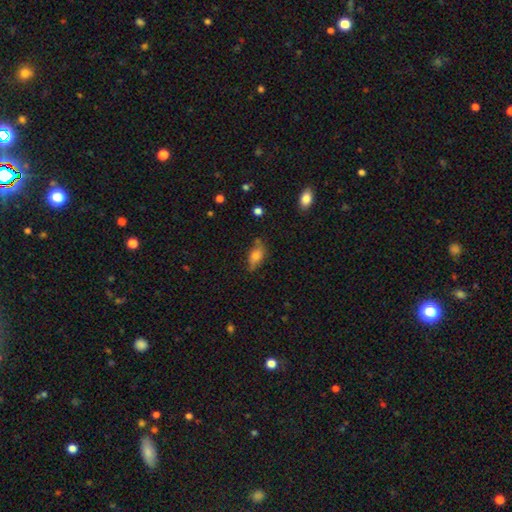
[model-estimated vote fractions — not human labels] A smooth galaxy with no disk features (72%) that is in between round and cigar-shaped (86%). Merging: none (63%).